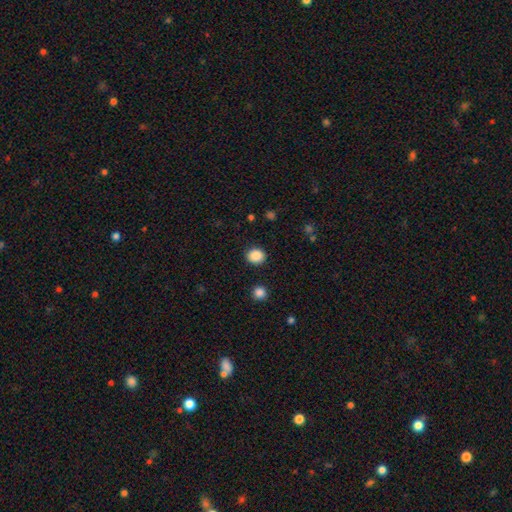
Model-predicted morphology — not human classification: Q: Smooth or featured?
A: smooth (87%); runner-up: star or artifact (10%)
Q: How rounded?
A: round (78%); runner-up: in between (21%)
Q: Merging?
A: none (90%); runner-up: minor disturbance (6%)